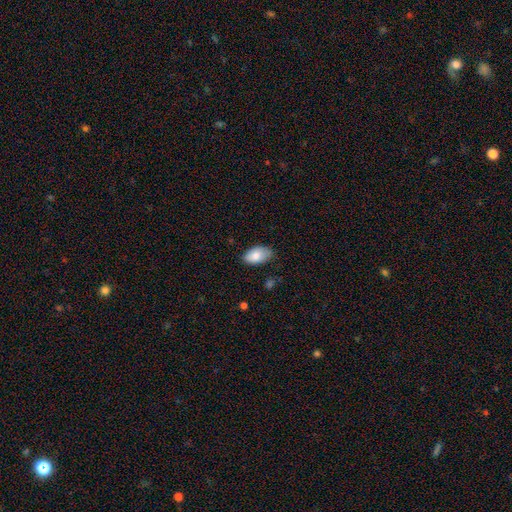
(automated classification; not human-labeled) smooth_or_featured: smooth (p=0.84) [alt: featured or disk p=0.10]
how_rounded: in between (p=0.94) [alt: round p=0.04]
merging: none (p=0.72) [alt: minor disturbance p=0.23]